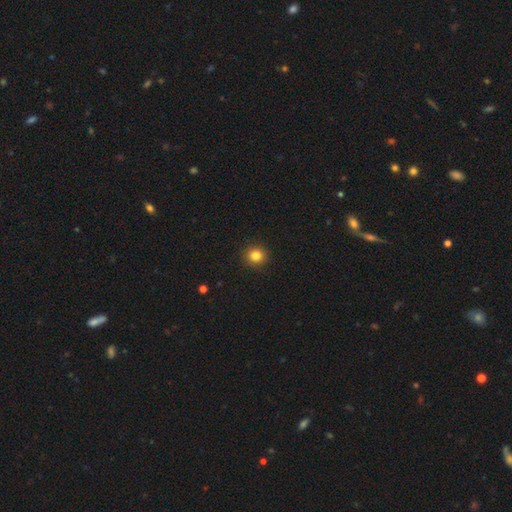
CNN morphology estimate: smooth_or_featured: smooth (p=0.83) [alt: star or artifact p=0.12]
how_rounded: round (p=0.92) [alt: in between p=0.07]
merging: none (p=0.92) [alt: minor disturbance p=0.05]